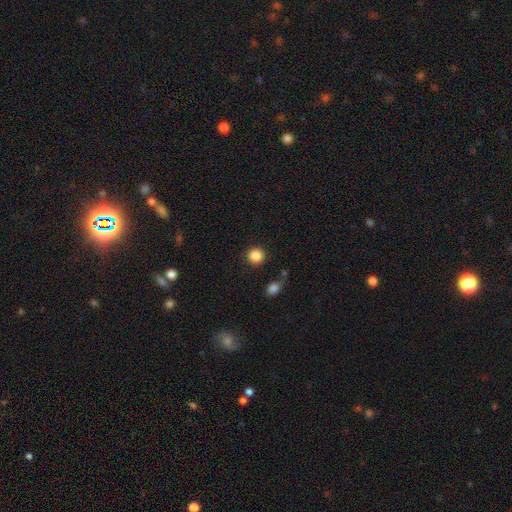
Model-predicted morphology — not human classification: Smooth or featured: smooth — 86% (star or artifact — 10%)
How rounded: round — 94% (in between — 5%)
Merging: none — 88% (minor disturbance — 7%)